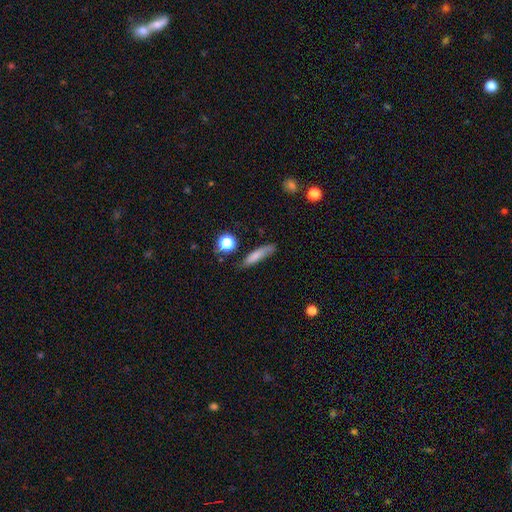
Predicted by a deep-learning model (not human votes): Smooth or featured: smooth — 74% (featured or disk — 16%)
How rounded: cigar-shaped — 75% (in between — 21%)
Merging: none — 67% (minor disturbance — 23%)